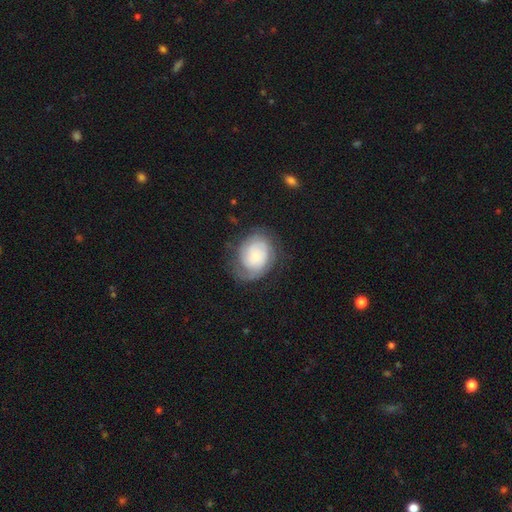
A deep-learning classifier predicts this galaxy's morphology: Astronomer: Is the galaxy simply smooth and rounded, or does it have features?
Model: featured or disk — 68%.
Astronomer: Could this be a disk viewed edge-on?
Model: no — 98%.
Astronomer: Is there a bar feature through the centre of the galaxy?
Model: no — 77%.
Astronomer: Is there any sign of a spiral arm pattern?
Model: yes — 92%.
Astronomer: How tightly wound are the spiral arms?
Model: tight — 64%.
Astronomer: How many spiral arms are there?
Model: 2 — 38% (runner-up: can't tell, 30%).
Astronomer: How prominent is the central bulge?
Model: small — 48%.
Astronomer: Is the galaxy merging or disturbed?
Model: none — 68%.